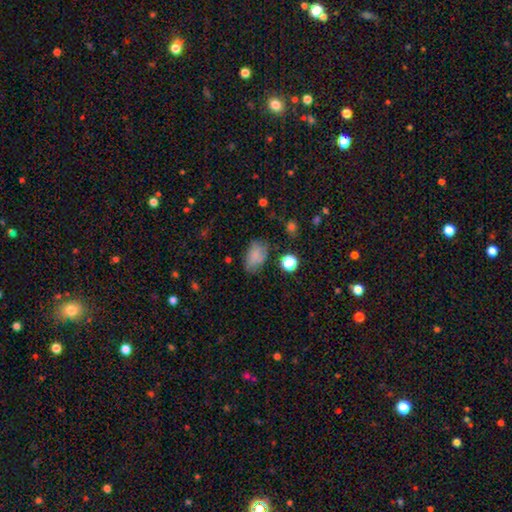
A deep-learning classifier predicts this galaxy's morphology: Smooth or featured? smooth (77%)
How rounded? in between (85%)
Merging? none (66%)